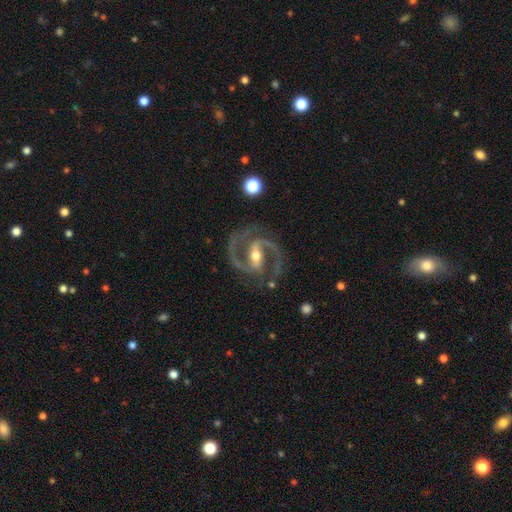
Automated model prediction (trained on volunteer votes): Smooth or featured? Predicted: featured or disk (p=0.94). Edge-on disk? Predicted: no (p=0.98). Bar? Predicted: strong (p=0.57). Spiral arms? Predicted: yes (p=0.99). Spiral winding? Predicted: medium (p=0.71). Spiral arm count? Predicted: 2 (p=0.94). Bulge size? Predicted: moderate (p=0.64). Merging? Predicted: none (p=0.80).